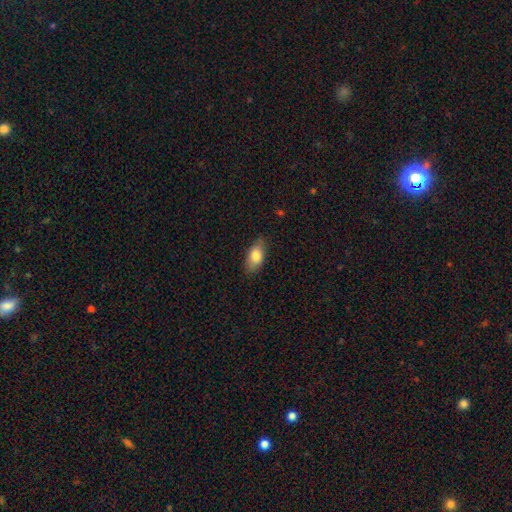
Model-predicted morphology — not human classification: Q: Smooth or featured?
A: smooth (81%); runner-up: featured or disk (12%)
Q: How rounded?
A: in between (89%); runner-up: cigar-shaped (6%)
Q: Merging?
A: none (80%); runner-up: minor disturbance (16%)